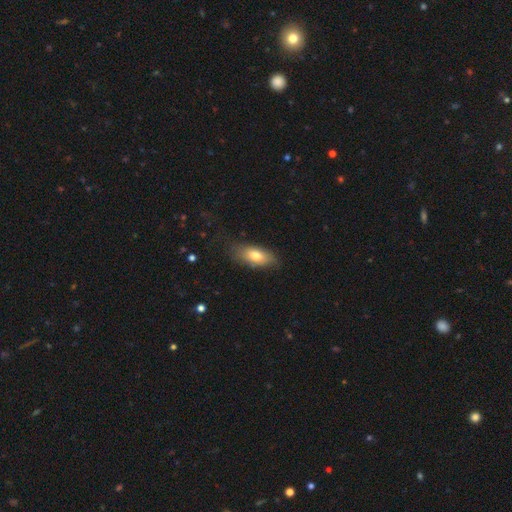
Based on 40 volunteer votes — Smooth or featured?
  - smooth: 78% *
  - featured or disk: 20%
  - star or artifact: 2%
How rounded?
  - in between: 87% *
  - round: 13%
  - cigar-shaped: 0%
Merging?
  - none: 72% *
  - minor disturbance: 23%
  - major disturbance: 3%
  - merger: 3%